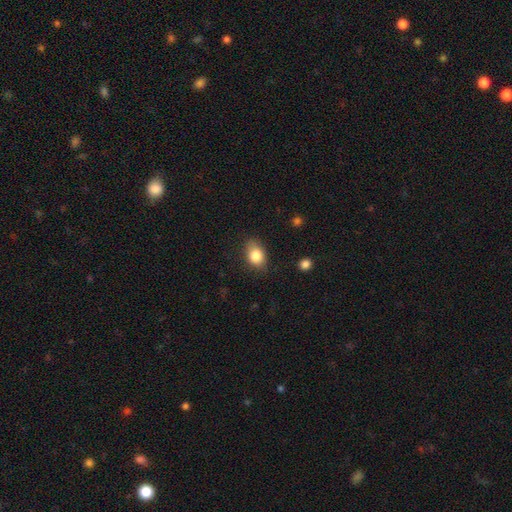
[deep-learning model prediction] Smooth or featured?
  - smooth: 83% *
  - featured or disk: 9%
  - star or artifact: 8%
How rounded?
  - in between: 77% *
  - round: 21%
  - cigar-shaped: 2%
Merging?
  - none: 77% *
  - minor disturbance: 18%
  - major disturbance: 4%
  - merger: 1%